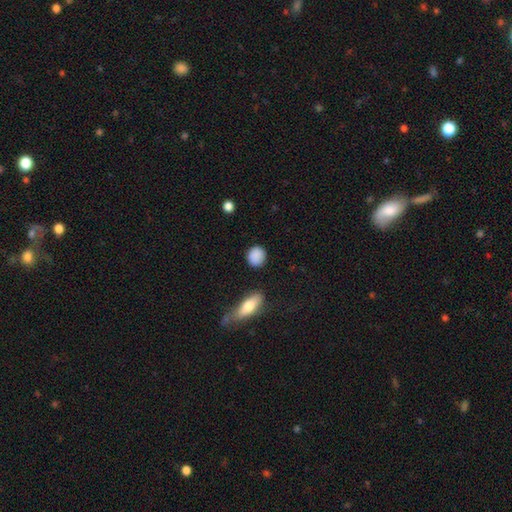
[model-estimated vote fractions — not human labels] This appears to be a smooth galaxy with no disk features (88%) that is round (82%). Merging: none (85%).